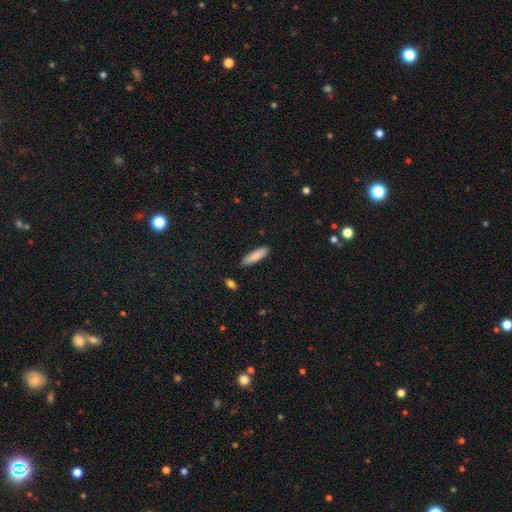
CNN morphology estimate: The model was most divided on "how rounded": cigar-shaped: 61%, in between: 38%, round: 1%. More confident: smooth or featured — smooth (86%); merging — none (85%).